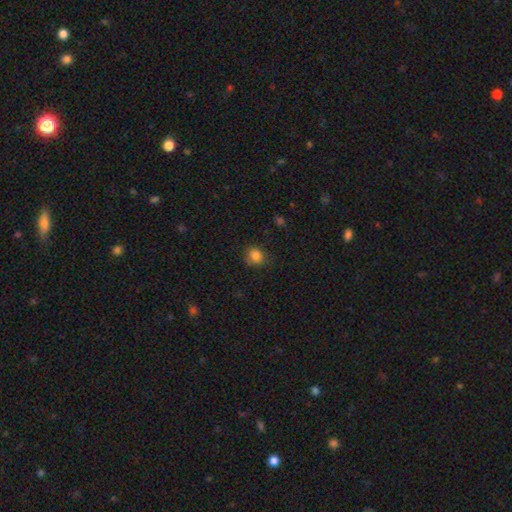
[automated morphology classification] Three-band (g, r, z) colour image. It shows a smooth galaxy with no disk features (83%) that is round (74%). Merging: none (77%).